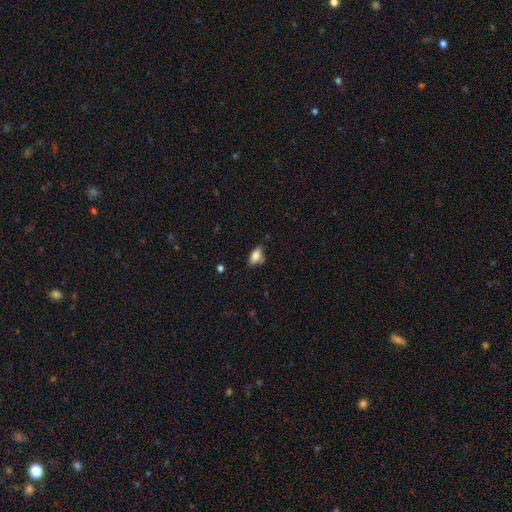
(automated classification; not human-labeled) A smooth galaxy with no disk features (79%) that is in between round and cigar-shaped (88%).

Vote fractions:
- Smooth or featured? smooth: 79% / featured or disk: 12% / star or artifact: 9%
- How rounded? in between: 88% / cigar-shaped: 6% / round: 6%
- Merging? none: 58% / minor disturbance: 29% / major disturbance: 7% / merger: 6%